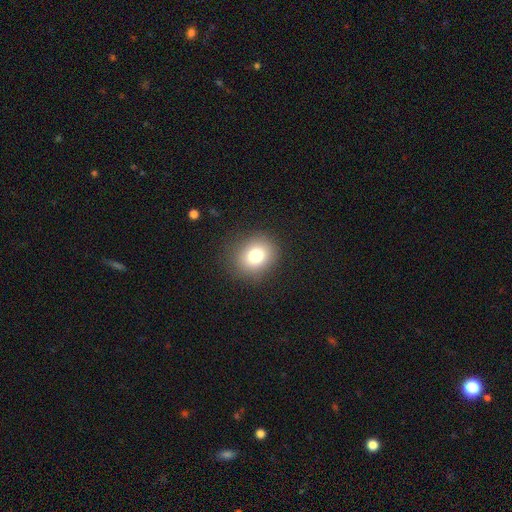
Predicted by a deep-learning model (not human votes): smooth 78%, star or artifact 12%, featured or disk 10%. Down the decision tree: how rounded — round (69%); merging — none (86%).